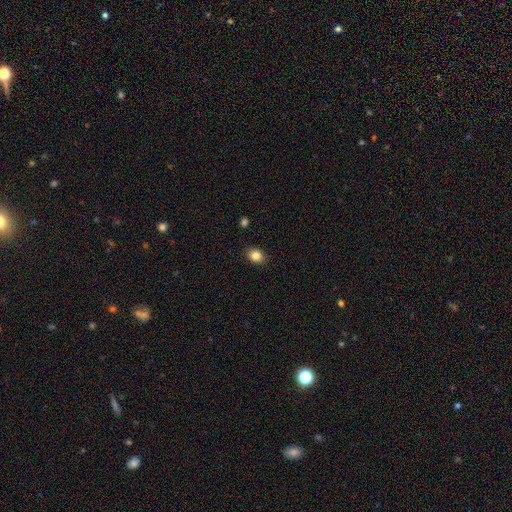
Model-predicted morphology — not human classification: smooth-or-featured: smooth: 84% | star or artifact: 10% | featured or disk: 6%
  how-rounded: in between: 64% | round: 35% | cigar-shaped: 1%
  merging: none: 88% | minor disturbance: 8% | major disturbance: 2% | merger: 1%